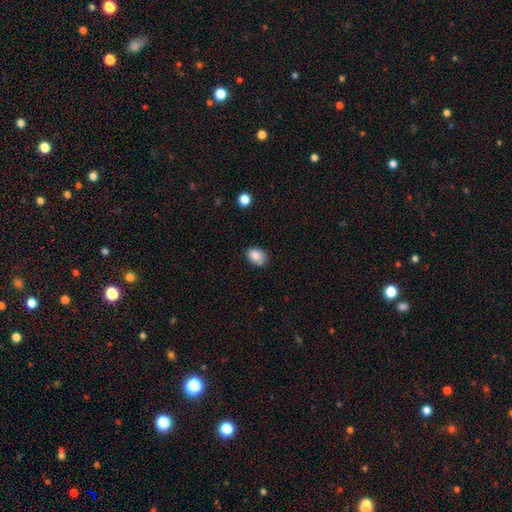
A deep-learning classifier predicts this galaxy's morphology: A smooth galaxy with no disk features (85%) that is in between round and cigar-shaped (72%). Merging: none (68%).